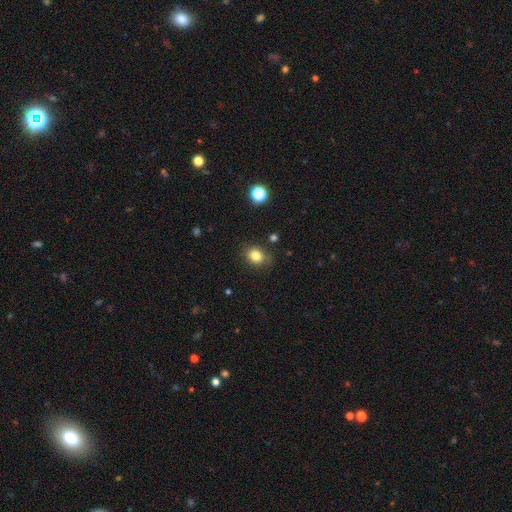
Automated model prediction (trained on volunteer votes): smooth_or_featured: smooth (p=0.81) [alt: star or artifact p=0.11]
how_rounded: in between (p=0.54) [alt: round p=0.45]
merging: none (p=0.80) [alt: minor disturbance p=0.15]